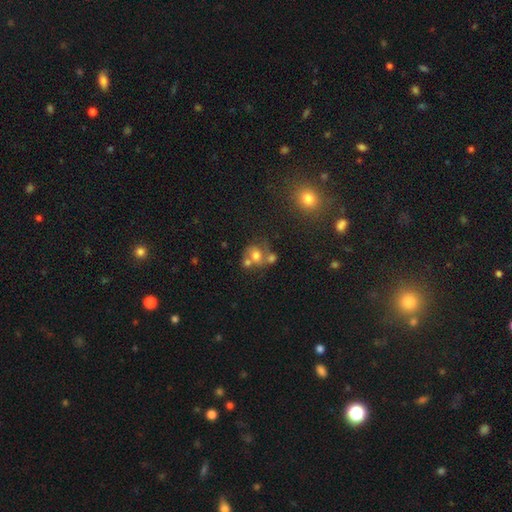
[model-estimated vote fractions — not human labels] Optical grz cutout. It shows a smooth galaxy with no disk features (52%) that is round (66%). Merging: merger (45%).